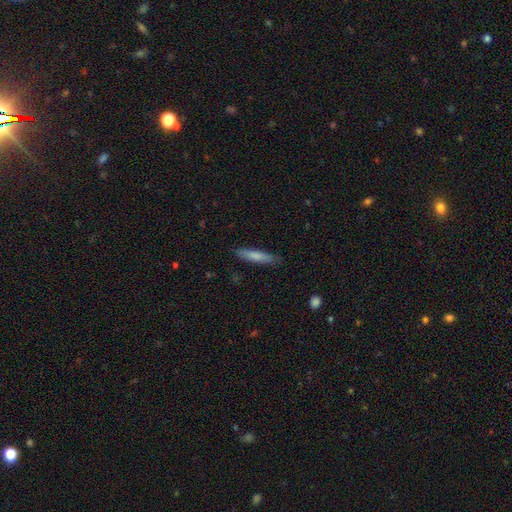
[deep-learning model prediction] A smooth galaxy with no disk features (76%) that is cigar-shaped (89%).

Vote fractions:
- Smooth or featured? smooth: 76% / featured or disk: 18% / star or artifact: 6%
- How rounded? cigar-shaped: 89% / in between: 10% / round: 1%
- Merging? none: 85% / minor disturbance: 11% / major disturbance: 2% / merger: 1%